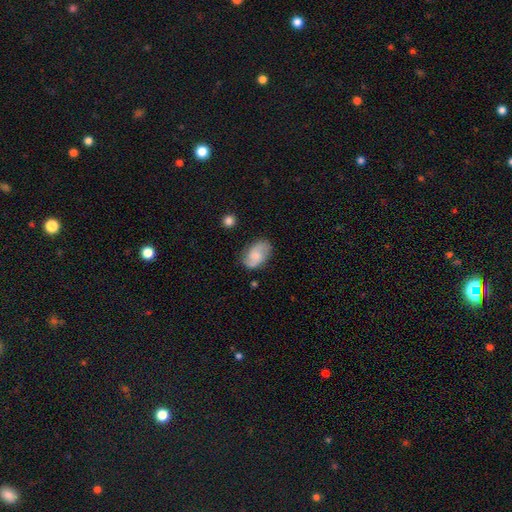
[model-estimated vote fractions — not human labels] This appears to be a featured or disk galaxy (50%). Merging: none (74%).